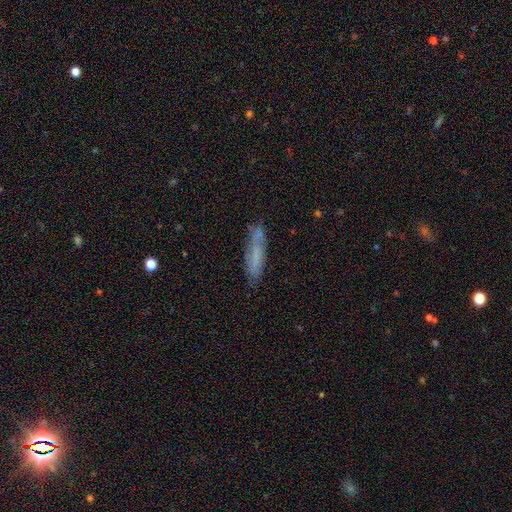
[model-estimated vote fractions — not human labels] This appears to be a smooth galaxy with no disk features (61%) that is cigar-shaped (80%). Merging: none (68%).